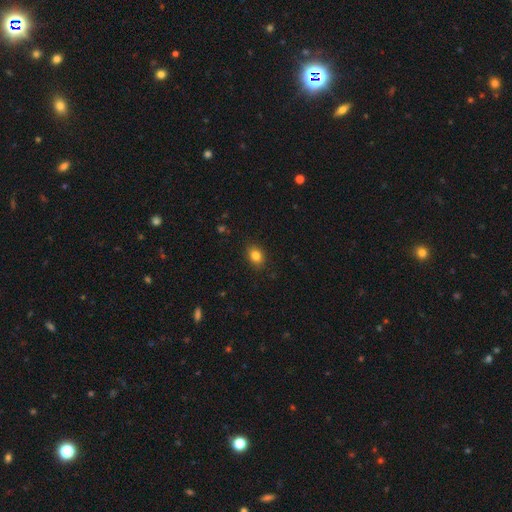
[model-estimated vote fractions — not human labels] smooth-or-featured: smooth: 83% | star or artifact: 10% | featured or disk: 6%
  how-rounded: in between: 63% | round: 36% | cigar-shaped: 1%
  merging: none: 88% | minor disturbance: 9% | major disturbance: 2% | merger: 1%